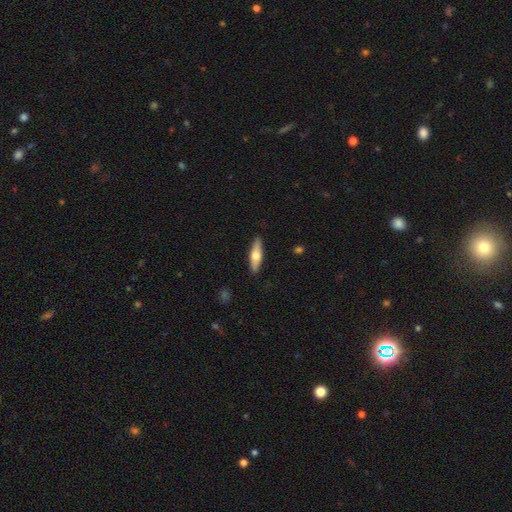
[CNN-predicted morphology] smooth 51%, featured or disk 44%, star or artifact 5%. Down the decision tree: how rounded — cigar-shaped (65%); merging — none (89%).